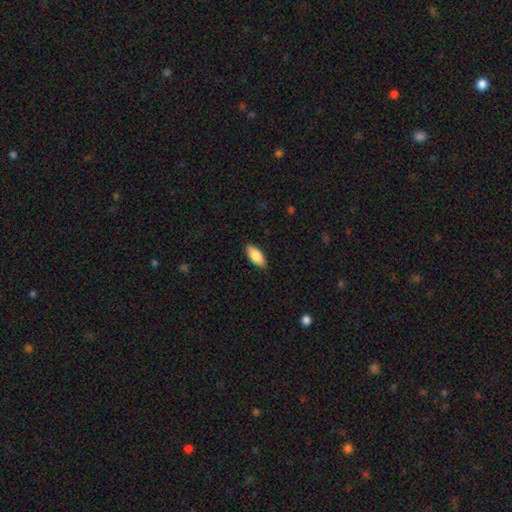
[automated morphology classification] Q: Smooth or featured?
A: smooth (83%); runner-up: featured or disk (11%)
Q: How rounded?
A: in between (87%); runner-up: cigar-shaped (11%)
Q: Merging?
A: none (88%); runner-up: minor disturbance (9%)